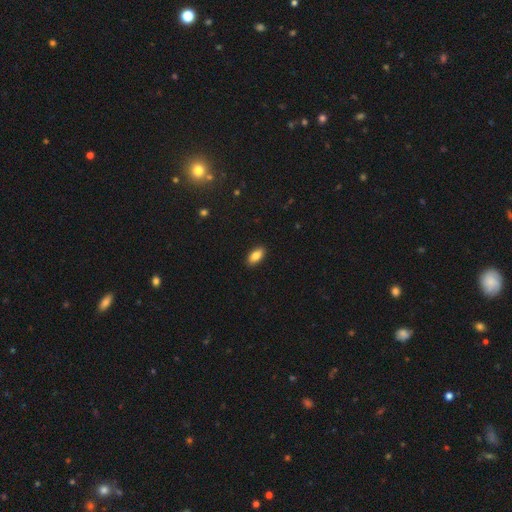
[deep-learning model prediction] Morphology: type=smooth (86%); roundness=in between (91%); merging=none (90%).